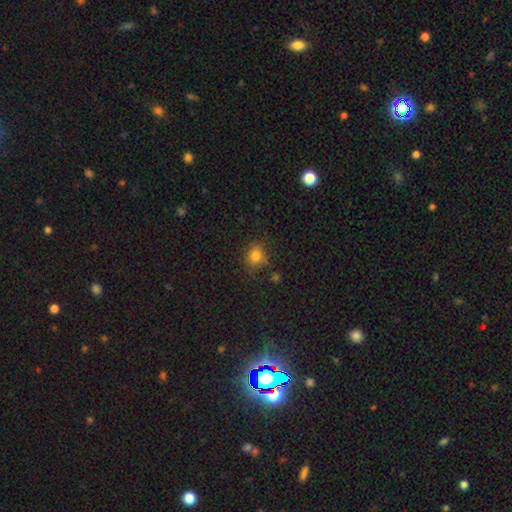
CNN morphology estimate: Overall: smooth (80%). How rounded: round (67%; in between 32%). Merging: none (77%).